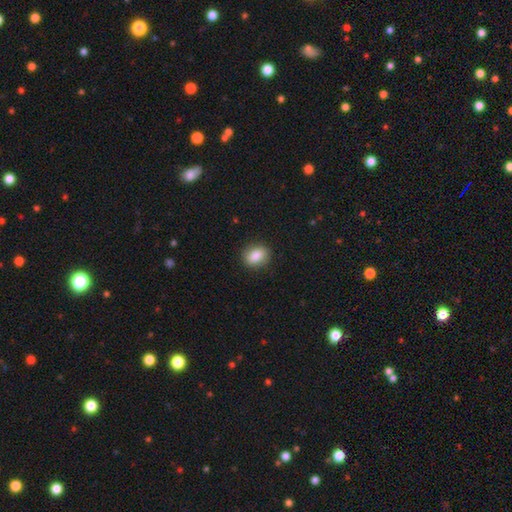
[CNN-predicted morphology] type=smooth (86%); roundness=in between (62%); merging=none (87%).